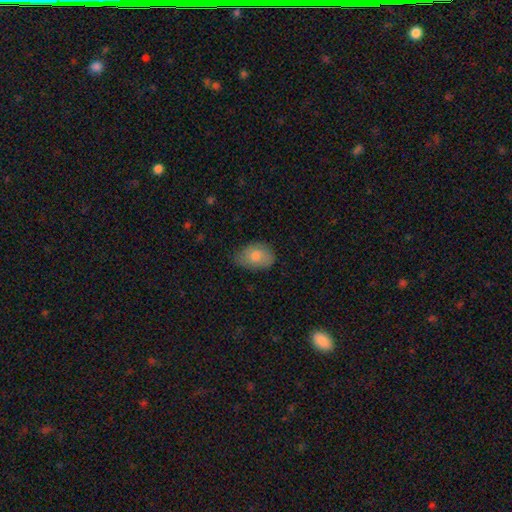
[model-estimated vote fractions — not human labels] Q: Smooth or featured?
A: smooth (78%); runner-up: featured or disk (14%)
Q: How rounded?
A: in between (83%); runner-up: round (16%)
Q: Merging?
A: none (64%); runner-up: minor disturbance (29%)